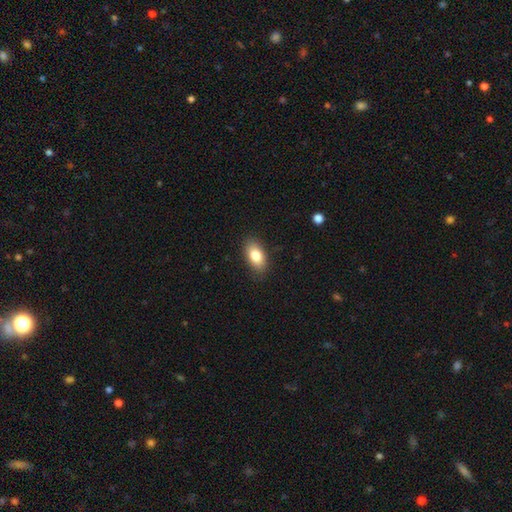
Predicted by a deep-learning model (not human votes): A smooth galaxy with no disk features (83%) that is in between round and cigar-shaped (91%).

Vote fractions:
- Smooth or featured? smooth: 83% / featured or disk: 10% / star or artifact: 7%
- How rounded? in between: 91% / round: 5% / cigar-shaped: 3%
- Merging? none: 86% / minor disturbance: 10% / major disturbance: 2% / merger: 1%